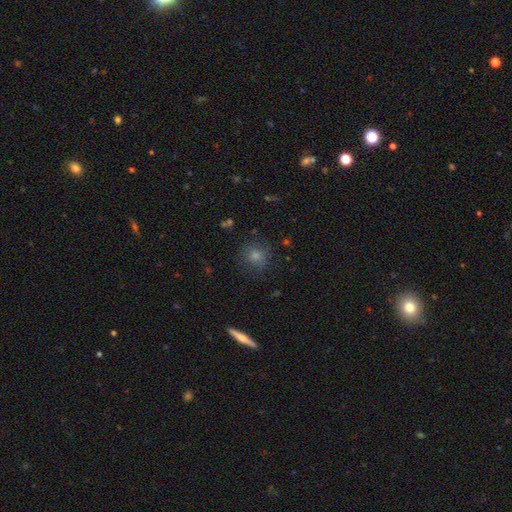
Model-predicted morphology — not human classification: A smooth galaxy with no disk features (63%) that is round (88%). Merging: none (85%).